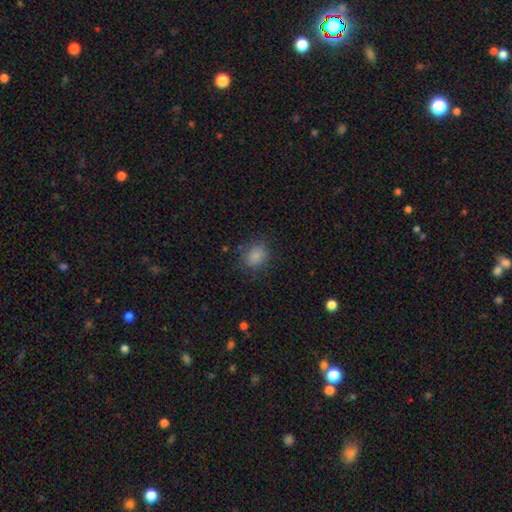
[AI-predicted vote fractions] This is clearly a smooth galaxy (84%). How rounded: possibly round (51%). Merging: likely none (78%).